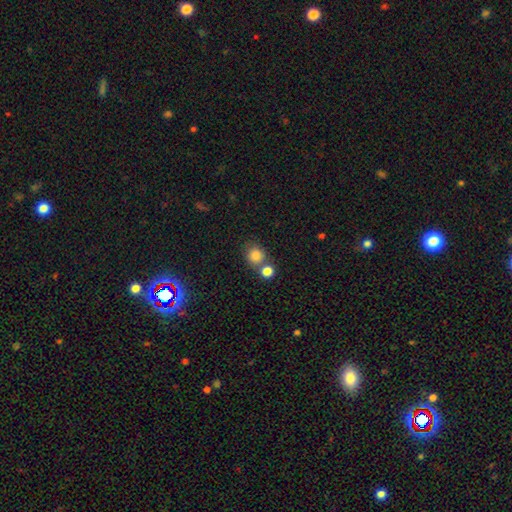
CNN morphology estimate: A smooth galaxy with no disk features (84%) that is round (84%). Merging: none (60%).